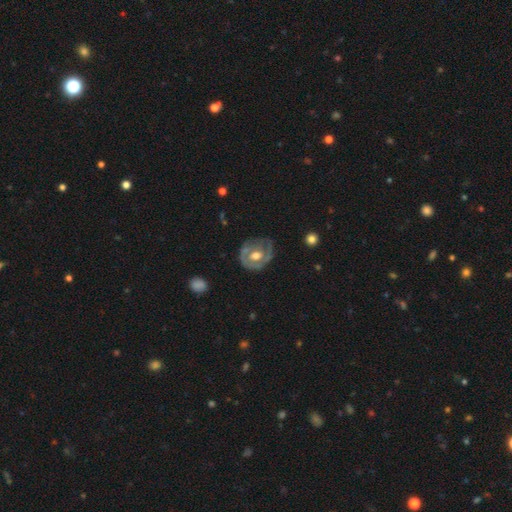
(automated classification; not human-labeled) The model was most divided on "spiral arms": yes: 62%, no: 38%. More confident: edge-on disk — no (96%); bulge size — moderate (70%); smooth or featured — featured or disk (70%); bar — no (65%); merging — none (59%).